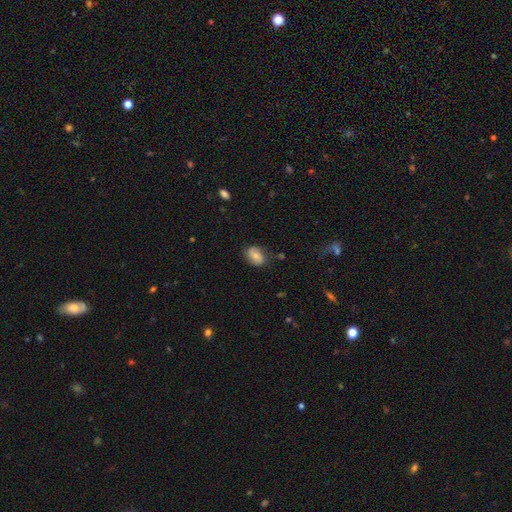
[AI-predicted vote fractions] Smooth or featured? Predicted: smooth (p=0.62). How rounded? Predicted: in between (p=0.73). Merging? Predicted: none (p=0.72).